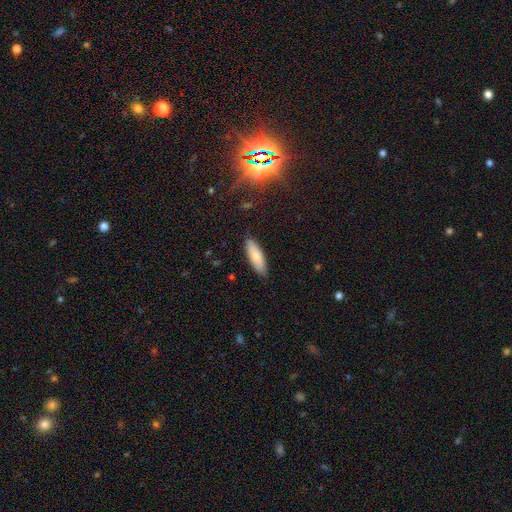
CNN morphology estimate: This is likely a smooth galaxy (76%). How rounded: possibly in between (57%). Merging: clearly none (85%).